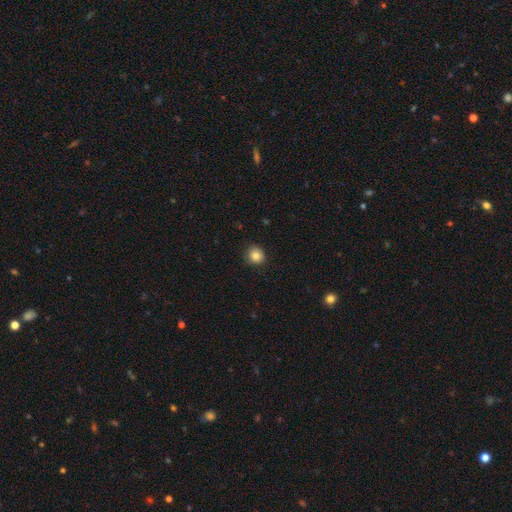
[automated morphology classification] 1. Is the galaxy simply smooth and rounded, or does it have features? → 84% smooth, 10% star or artifact, 6% featured or disk.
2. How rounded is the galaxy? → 87% round, 12% in between, 1% cigar-shaped.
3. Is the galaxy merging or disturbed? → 88% none, 9% minor disturbance, 2% major disturbance, 1% merger.